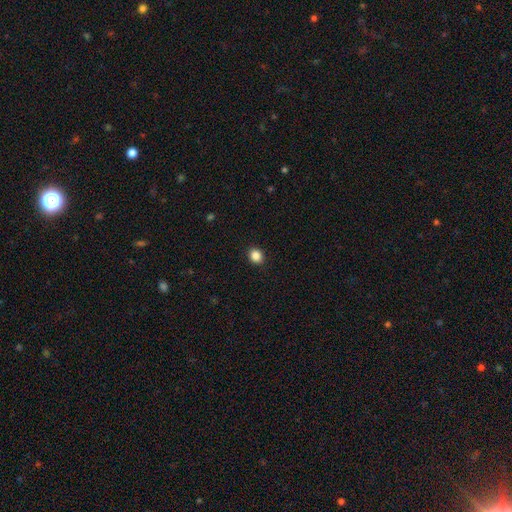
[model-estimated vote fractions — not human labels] A smooth galaxy with no disk features (86%) that is round (71%). Merging: none (91%).